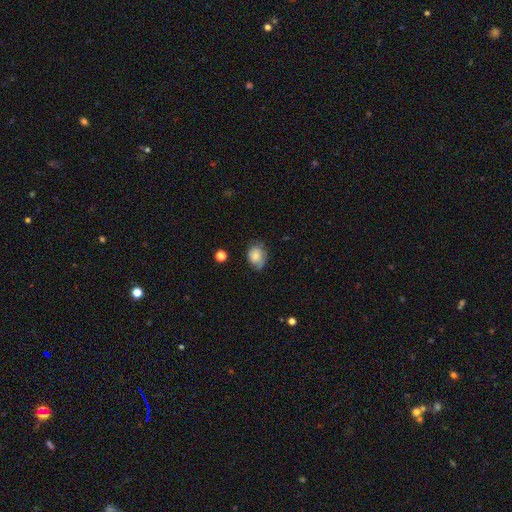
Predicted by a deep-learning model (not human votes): Smooth or featured? smooth (61%)
How rounded? in between (54%)
Merging? none (57%)